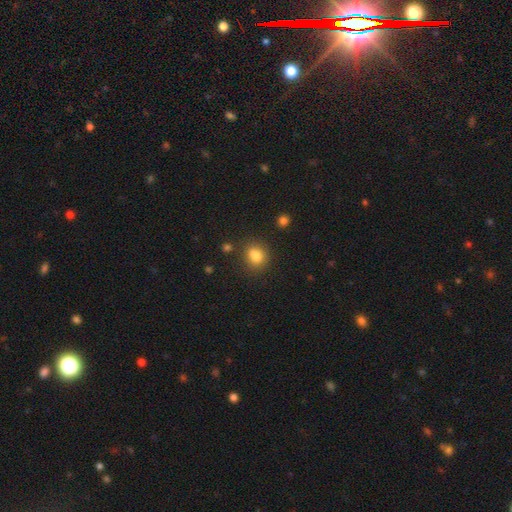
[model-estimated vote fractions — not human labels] Smooth or featured? smooth (81%)
How rounded? round (57%)
Merging? none (66%)